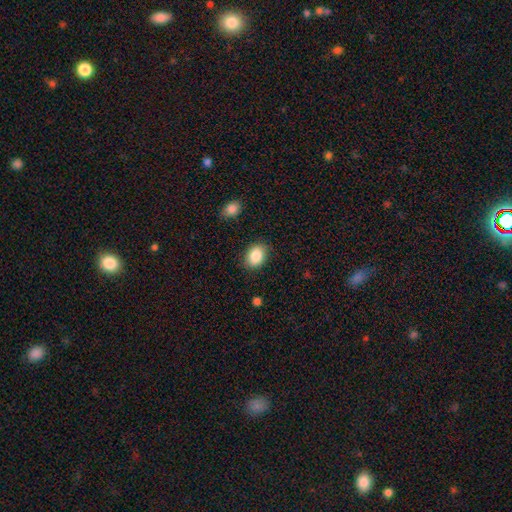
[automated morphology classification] The model was most divided on "how rounded": in between: 75%, round: 24%, cigar-shaped: 1%. More confident: smooth or featured — smooth (87%); merging — none (84%).